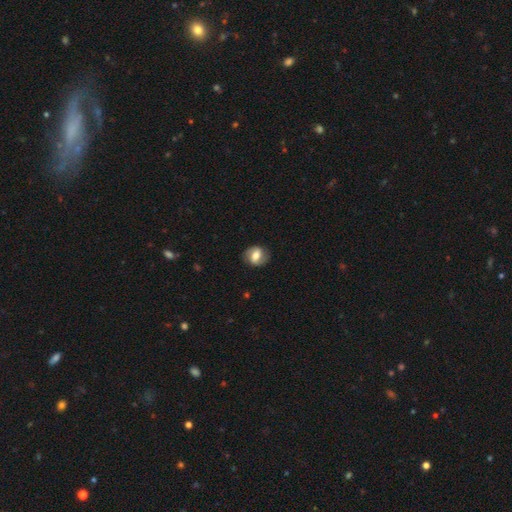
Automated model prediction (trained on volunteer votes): Smooth or featured? Predicted: featured or disk (p=0.52). Edge-on disk? Predicted: no (p=0.96). Merging? Predicted: none (p=0.82).